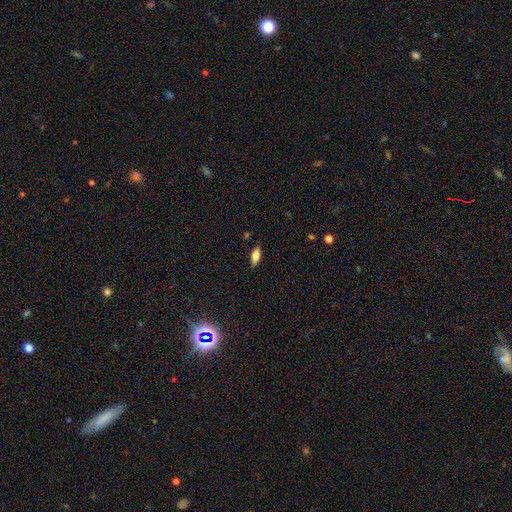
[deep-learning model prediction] A smooth galaxy with no disk features (69%) that is in between round and cigar-shaped (79%).

Vote fractions:
- Smooth or featured? smooth: 69% / featured or disk: 23% / star or artifact: 8%
- How rounded? in between: 79% / cigar-shaped: 18% / round: 3%
- Merging? none: 85% / minor disturbance: 12% / major disturbance: 2% / merger: 1%